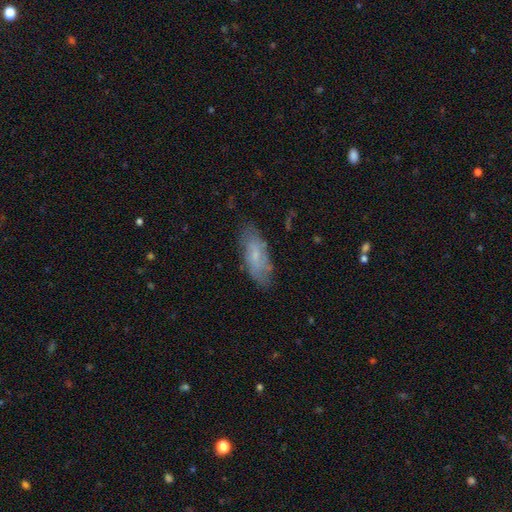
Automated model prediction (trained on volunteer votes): Smooth or featured: smooth — 55% (featured or disk — 37%)
How rounded: in between — 71% (cigar-shaped — 27%)
Merging: none — 76% (minor disturbance — 18%)